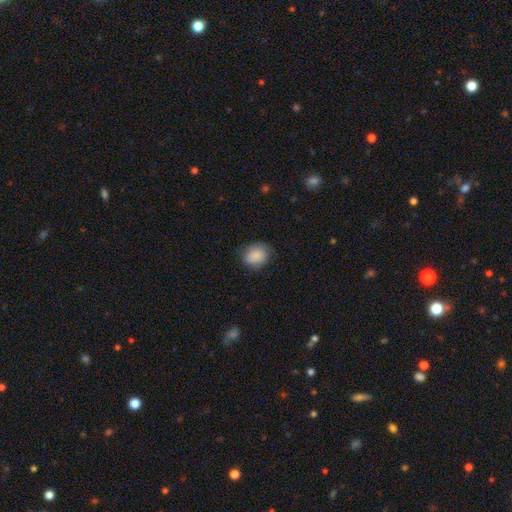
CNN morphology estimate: Smooth or featured? Predicted: smooth (p=0.85). How rounded? Predicted: in between (p=0.50). Merging? Predicted: none (p=0.76).